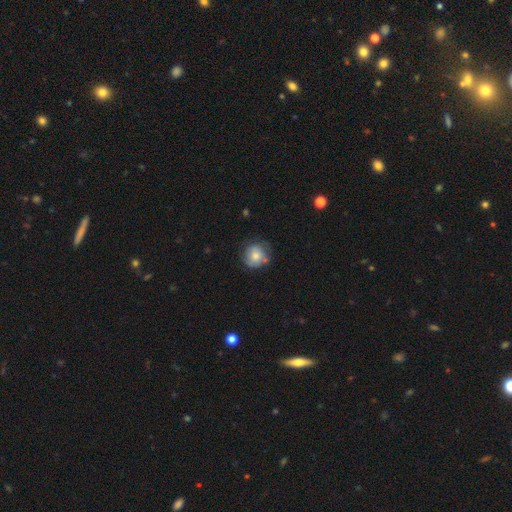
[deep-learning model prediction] This appears to be a smooth galaxy with no disk features (71%) that is round (86%). Merging: none (65%).